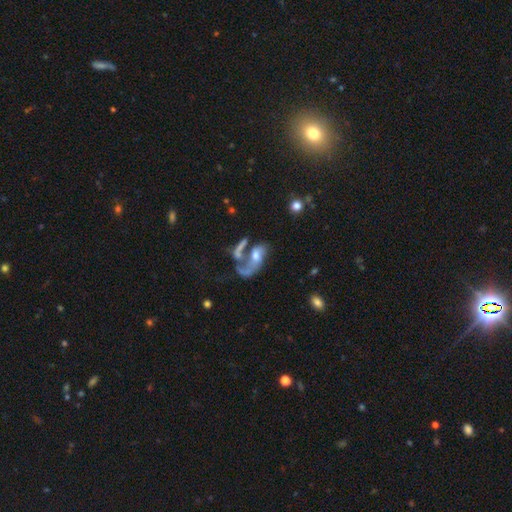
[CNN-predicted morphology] A featured or disk galaxy (60%) with no bar (68%), spiral arms (59%) and a moderate central bulge (51%). Merging: merger (41%).